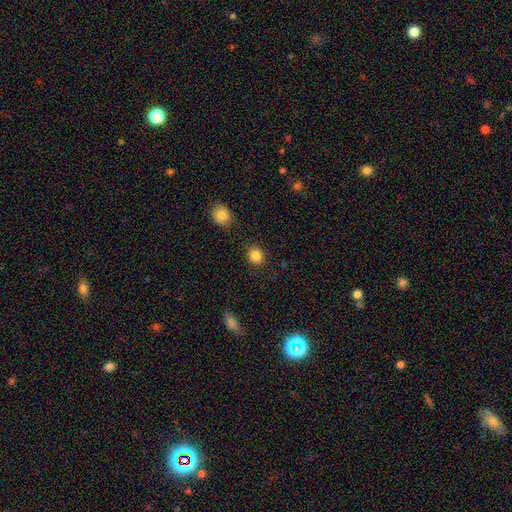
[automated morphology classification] Q: Smooth or featured?
A: smooth (85%); runner-up: star or artifact (10%)
Q: How rounded?
A: round (82%); runner-up: in between (18%)
Q: Merging?
A: none (89%); runner-up: minor disturbance (7%)